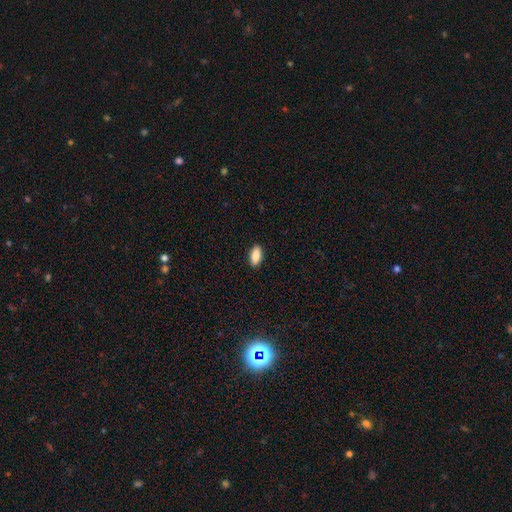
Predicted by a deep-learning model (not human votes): Morphology: type=smooth (88%); roundness=in between (88%); merging=none (90%).